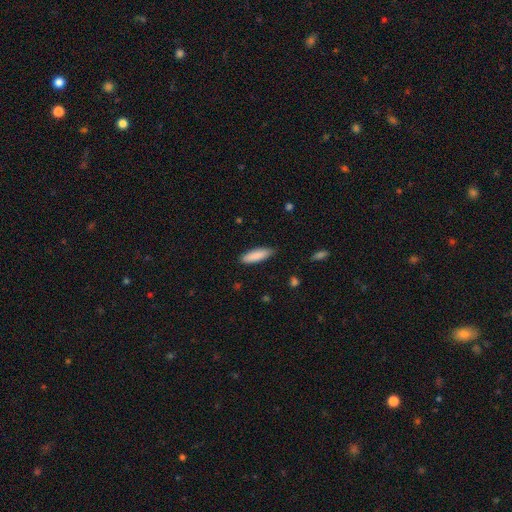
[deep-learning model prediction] Morphology: type=smooth (87%); roundness=cigar-shaped (57%); merging=none (85%).